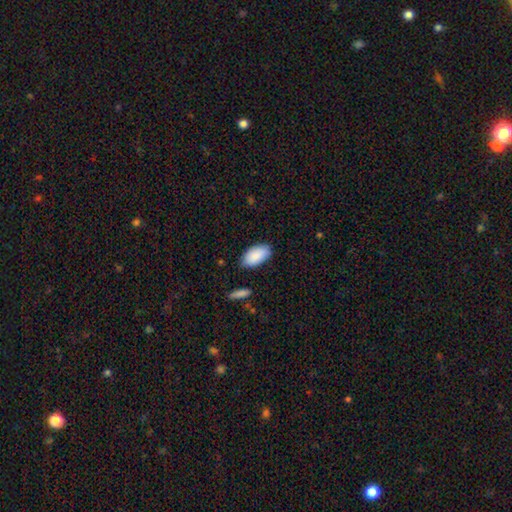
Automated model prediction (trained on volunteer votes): This appears to be a smooth galaxy with no disk features (88%) that is in between round and cigar-shaped (95%). Merging: none (81%).